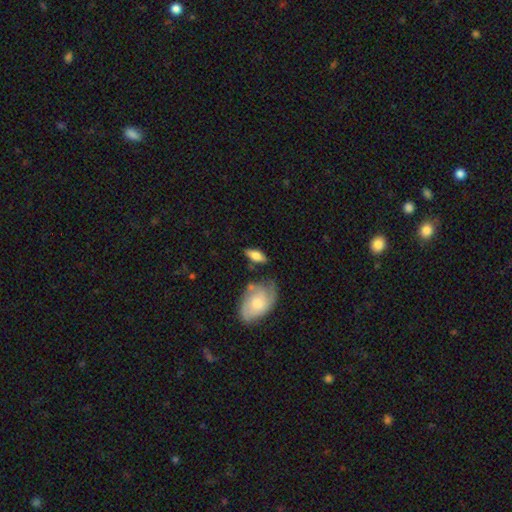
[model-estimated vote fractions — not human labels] The model was most divided on "smooth or featured": smooth: 67%, featured or disk: 27%, star or artifact: 6%. More confident: how rounded — in between (77%); merging — none (70%).